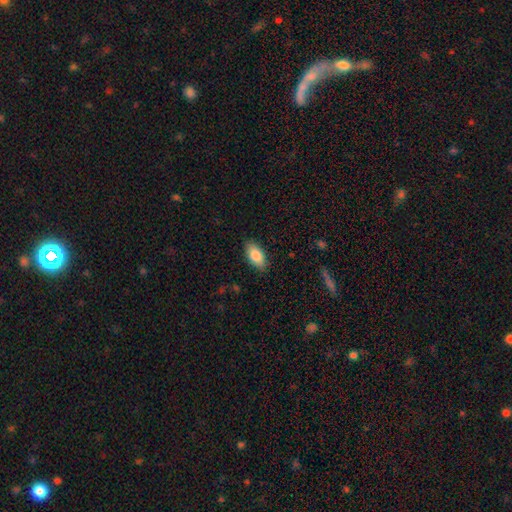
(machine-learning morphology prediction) A smooth galaxy with no disk features (85%) that is in between round and cigar-shaped (93%). Merging: none (86%).